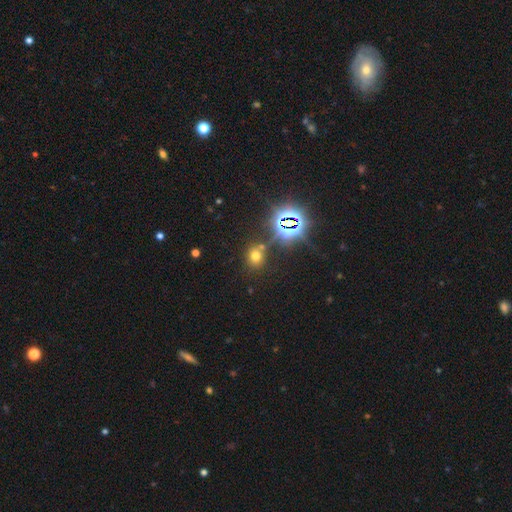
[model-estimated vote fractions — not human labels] A smooth galaxy with no disk features (57%) that is round (66%).

Vote fractions:
- Smooth or featured? smooth: 57% / star or artifact: 34% / featured or disk: 9%
- How rounded? round: 66% / in between: 32% / cigar-shaped: 1%
- Merging? none: 72% / merger: 12% / minor disturbance: 11% / major disturbance: 5%